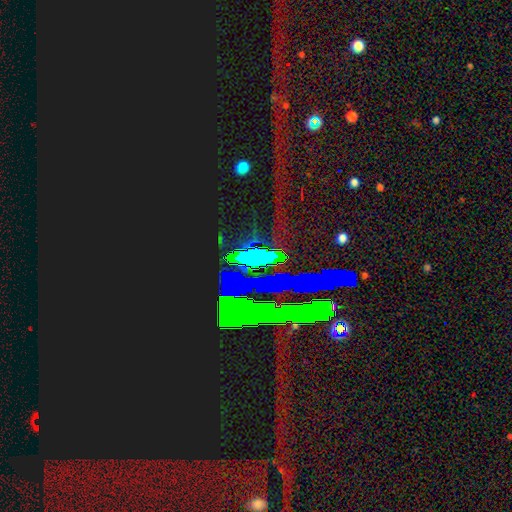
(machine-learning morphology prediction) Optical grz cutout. It shows a star or artifact, not a galaxy (82%).